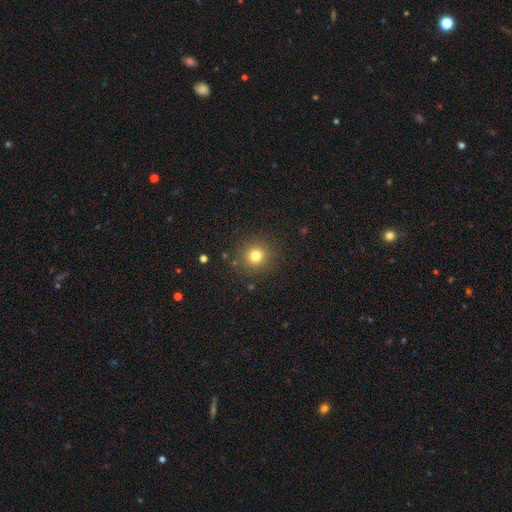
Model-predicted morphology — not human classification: type=smooth (78%); roundness=round (93%); merging=none (88%).